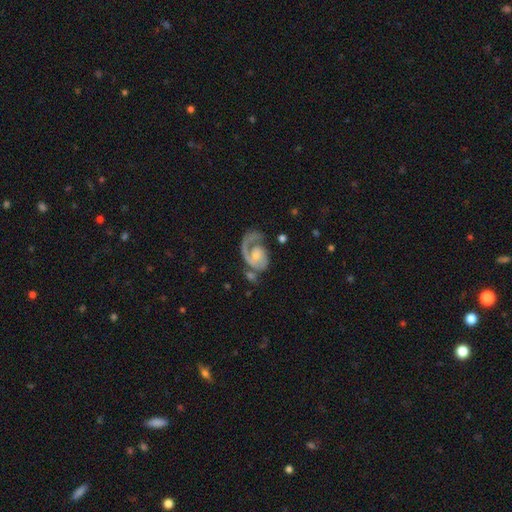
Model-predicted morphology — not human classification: featured or disk 84%, smooth 11%, star or artifact 6%. Down the decision tree: edge-on disk — no (98%); bar — no (70%); spiral arms — yes (94%); spiral arm count — 1 (71%); spiral winding — tight (41%); bulge size — small (50%); merging — none (46%).